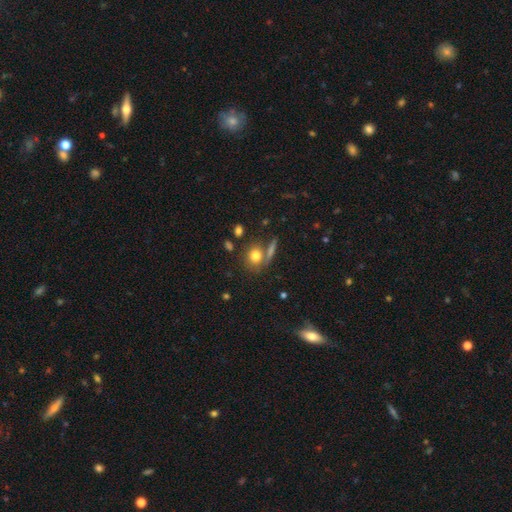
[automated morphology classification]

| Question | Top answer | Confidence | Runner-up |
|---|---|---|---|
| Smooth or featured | smooth | 77% | featured or disk (12%) |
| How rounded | round | 70% | in between (27%) |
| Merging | none | 64% | merger (19%) |